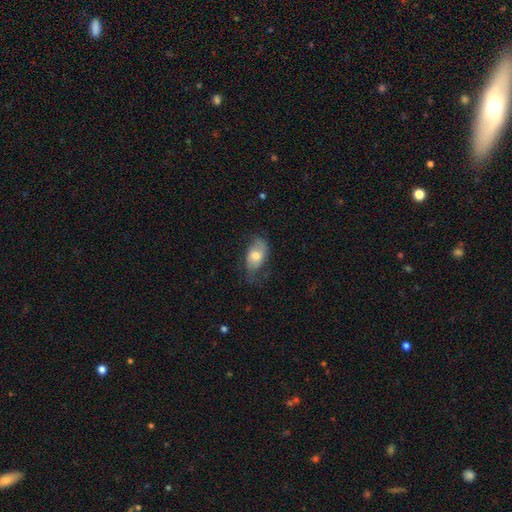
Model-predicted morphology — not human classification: type=smooth (58%); roundness=in between (89%); merging=none (54%).